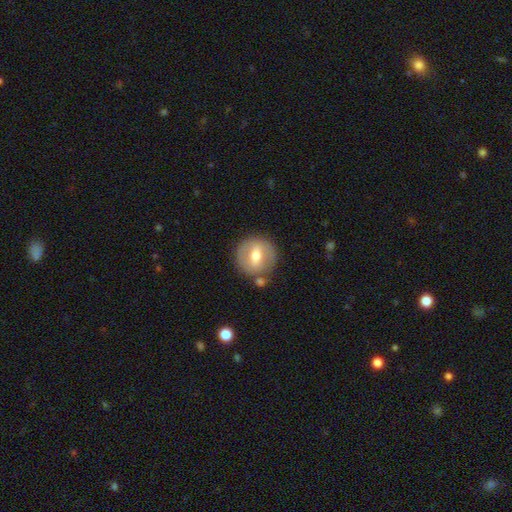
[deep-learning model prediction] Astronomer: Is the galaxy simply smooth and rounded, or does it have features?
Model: smooth — 48% (runner-up: featured or disk, 46%).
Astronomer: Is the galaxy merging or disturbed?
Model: none — 75%.